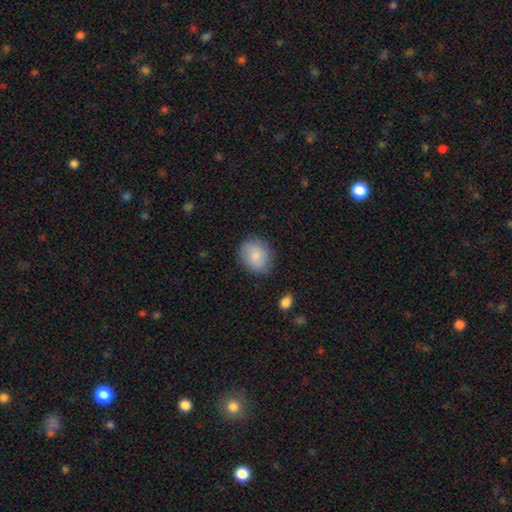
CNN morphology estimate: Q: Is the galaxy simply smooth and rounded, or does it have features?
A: smooth — 84%.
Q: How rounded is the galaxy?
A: round — 68%.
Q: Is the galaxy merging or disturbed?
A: none — 81%.